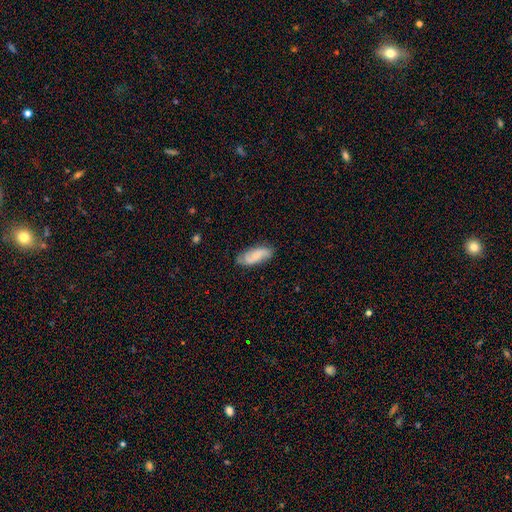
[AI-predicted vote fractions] featured or disk 48%, smooth 45%, star or artifact 7%. Down the decision tree: merging — none (78%).